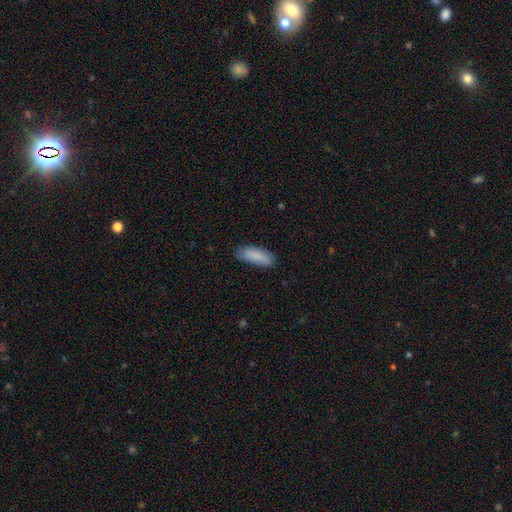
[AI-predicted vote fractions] This is clearly a smooth galaxy (87%). How rounded: likely in between (62%). Merging: likely none (76%).